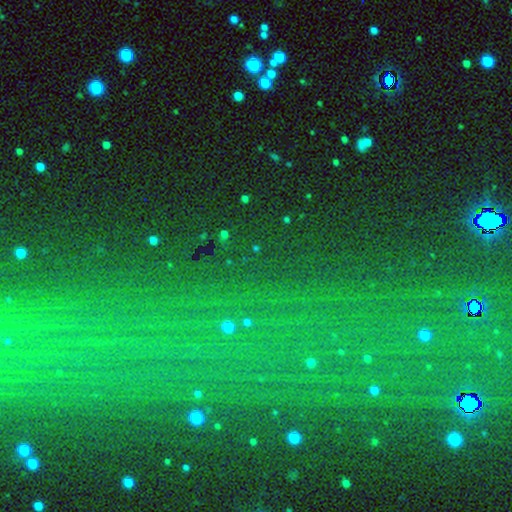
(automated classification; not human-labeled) This is clearly a star or artifact rather than a galaxy (81%).